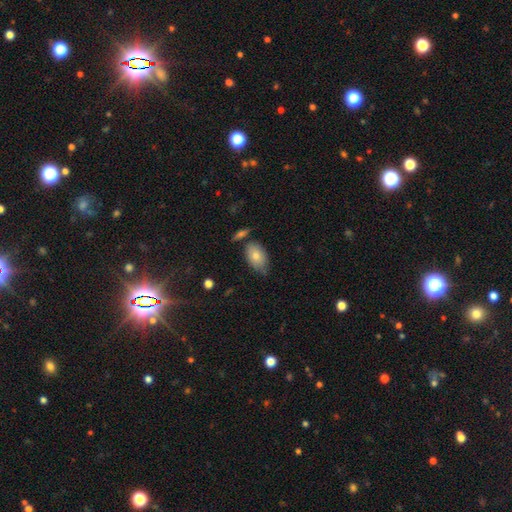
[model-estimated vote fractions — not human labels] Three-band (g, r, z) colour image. It shows a smooth galaxy with no disk features (77%) that is in between round and cigar-shaped (89%). Merging: none (58%).